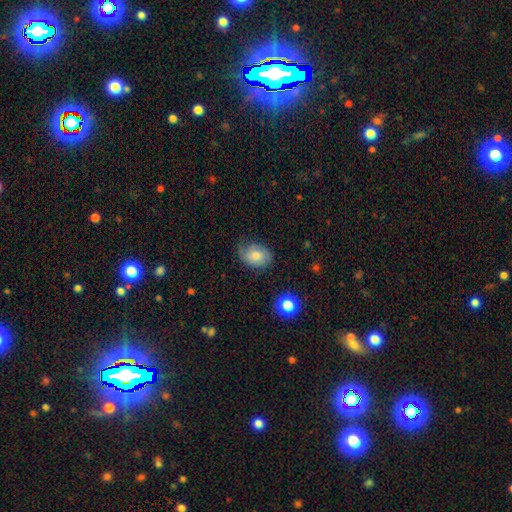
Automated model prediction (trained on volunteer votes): Overall: smooth (62%; featured or disk 28%). How rounded: in between (65%; round 34%). Merging: none (59%; minor disturbance 29%).